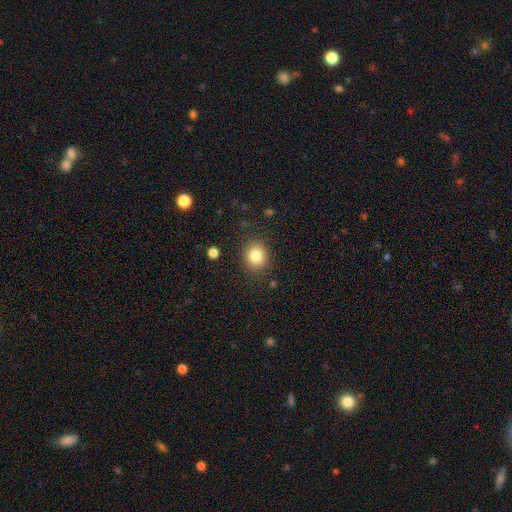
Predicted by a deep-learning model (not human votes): Smooth or featured? smooth (83%)
How rounded? round (75%)
Merging? none (87%)